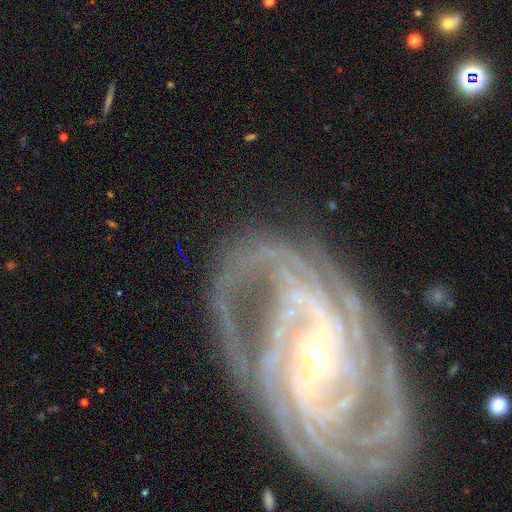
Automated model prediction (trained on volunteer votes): Smooth or featured? featured or disk (88%)
Edge-on disk? no (96%)
Bar? strong (36%)
Spiral arms? yes (97%)
Spiral winding? tight (58%)
Spiral arm count? 2 (23%)
Bulge size? small (60%)
Merging? none (66%)